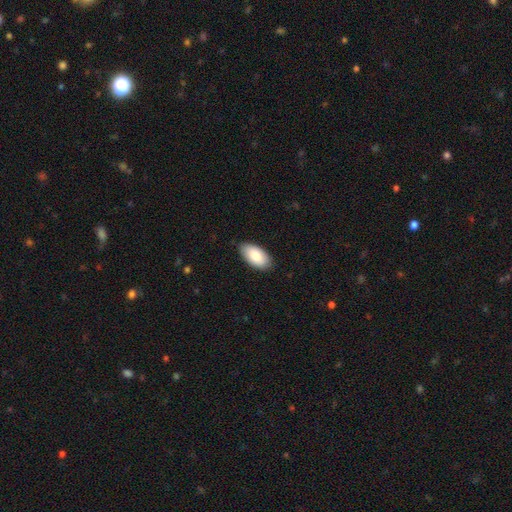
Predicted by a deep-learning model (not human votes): Smooth or featured?
  - smooth: 82% *
  - featured or disk: 13%
  - star or artifact: 6%
How rounded?
  - in between: 95% *
  - round: 2%
  - cigar-shaped: 2%
Merging?
  - none: 85% *
  - minor disturbance: 12%
  - major disturbance: 2%
  - merger: 1%